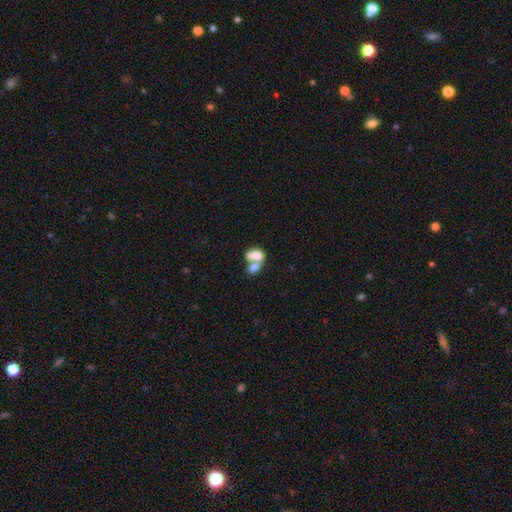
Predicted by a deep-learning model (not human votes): The model was most divided on "smooth or featured": smooth: 65%, featured or disk: 26%, star or artifact: 9%. More confident: how rounded — in between (72%); merging — merger (72%).